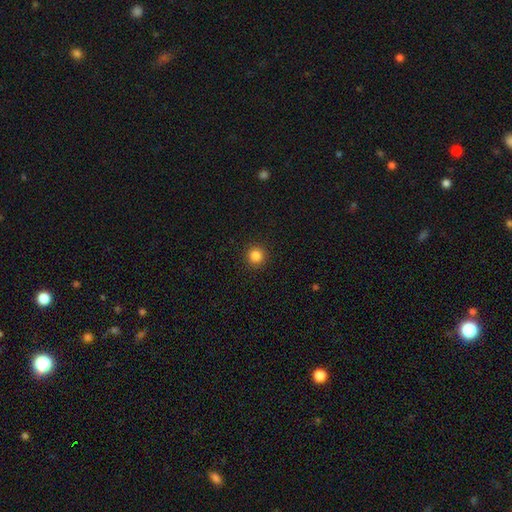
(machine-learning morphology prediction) smooth_or_featured: smooth (p=0.85) [alt: star or artifact p=0.11]
how_rounded: round (p=0.95) [alt: in between p=0.04]
merging: none (p=0.93) [alt: minor disturbance p=0.05]